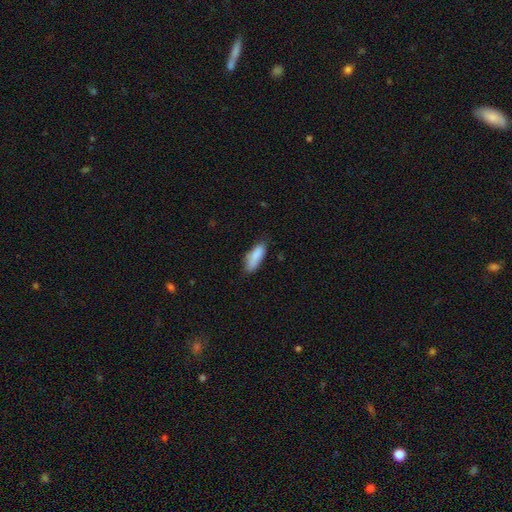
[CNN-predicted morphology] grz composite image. It shows a smooth galaxy with no disk features (87%) that is in between round and cigar-shaped (66%). Merging: none (72%).